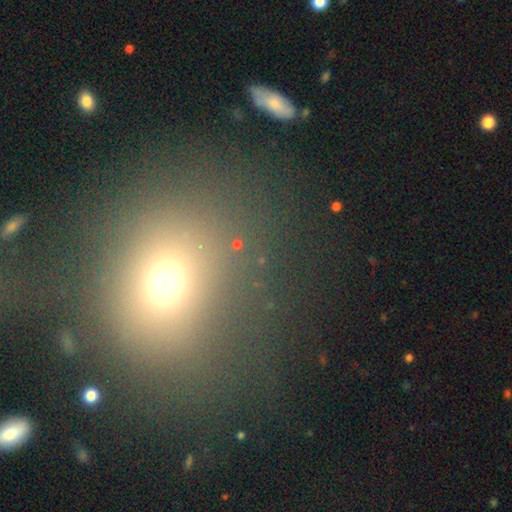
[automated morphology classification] Smooth or featured: smooth — 64% (star or artifact — 25%)
How rounded: round — 68% (in between — 30%)
Merging: none — 78% (minor disturbance — 10%)